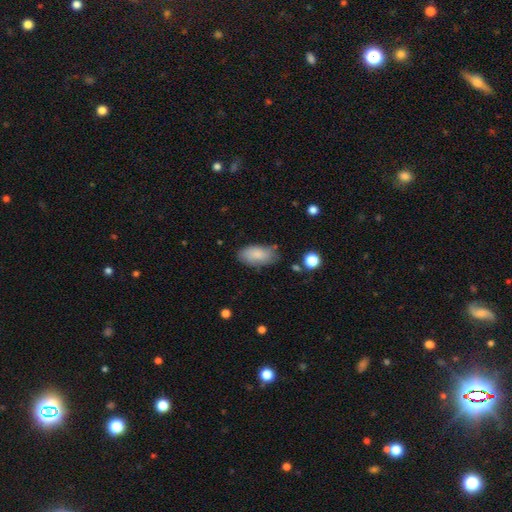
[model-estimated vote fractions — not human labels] smooth-or-featured: smooth: 83% | featured or disk: 10% | star or artifact: 7%
  how-rounded: in between: 92% | cigar-shaped: 5% | round: 3%
  merging: none: 74% | minor disturbance: 19% | major disturbance: 4% | merger: 2%